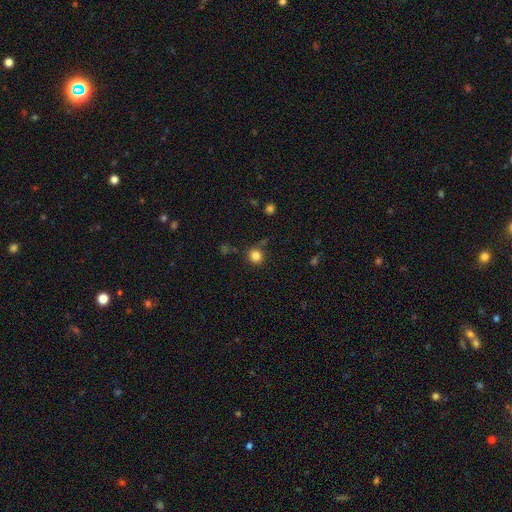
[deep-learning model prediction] The model was most divided on "smooth or featured": smooth: 83%, star or artifact: 12%, featured or disk: 5%. More confident: how rounded — round (92%); merging — none (83%).